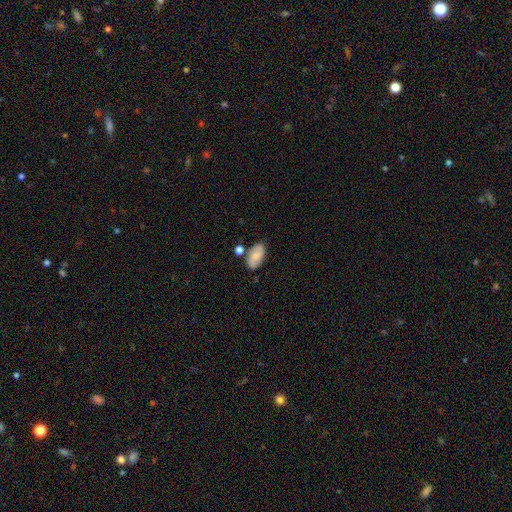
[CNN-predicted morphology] smooth-or-featured: smooth: 70% | featured or disk: 23% | star or artifact: 7%
  how-rounded: in between: 94% | round: 4% | cigar-shaped: 2%
  merging: none: 71% | minor disturbance: 15% | merger: 10% | major disturbance: 3%